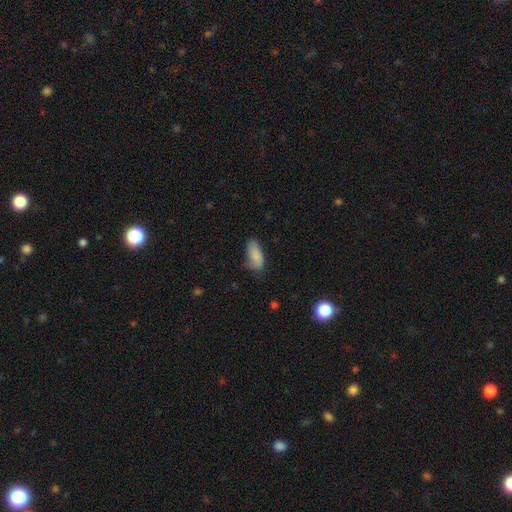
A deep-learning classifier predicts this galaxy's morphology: Overall: smooth (86%). How rounded: in between (88%). Merging: none (66%; minor disturbance 27%).